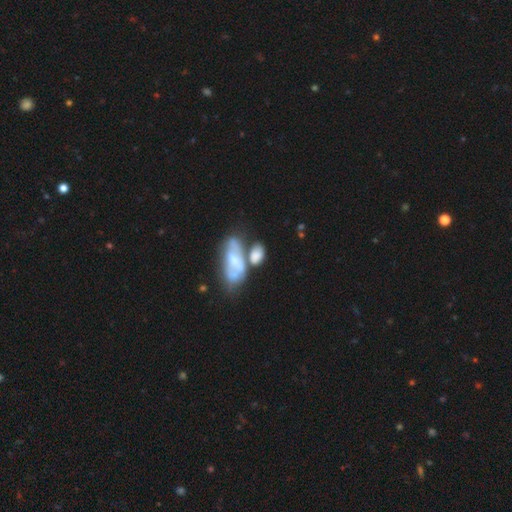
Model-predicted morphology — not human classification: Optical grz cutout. It shows a smooth galaxy with no disk features (58%) that is in between round and cigar-shaped (84%). Merging: merger (44%).